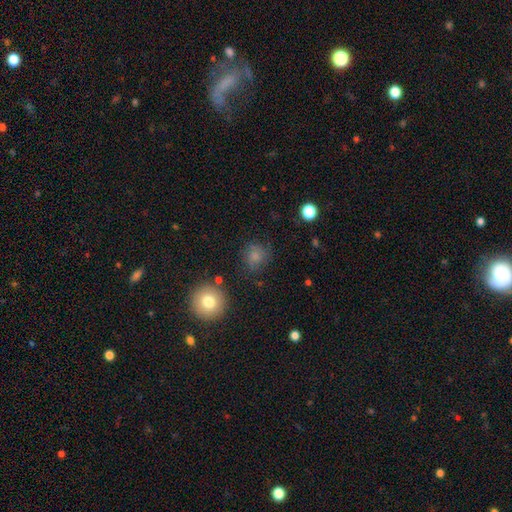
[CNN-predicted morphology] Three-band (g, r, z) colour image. It shows a smooth galaxy with no disk features (58%) that is round (88%). Merging: none (80%).